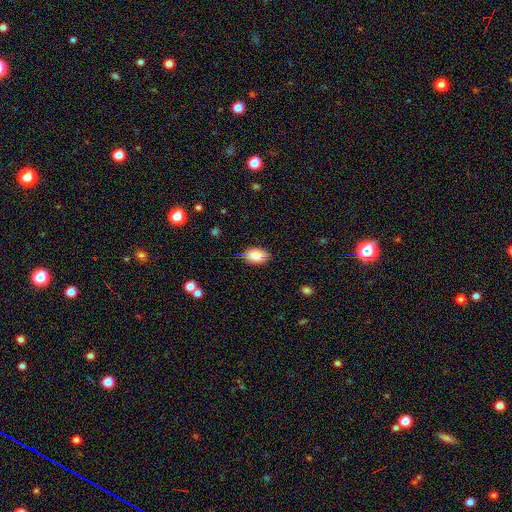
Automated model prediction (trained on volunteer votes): A smooth galaxy with no disk features (85%) that is in between round and cigar-shaped (90%).

Vote fractions:
- Smooth or featured? smooth: 85% / featured or disk: 7% / star or artifact: 7%
- How rounded? in between: 90% / round: 9% / cigar-shaped: 1%
- Merging? none: 76% / minor disturbance: 19% / major disturbance: 3% / merger: 1%